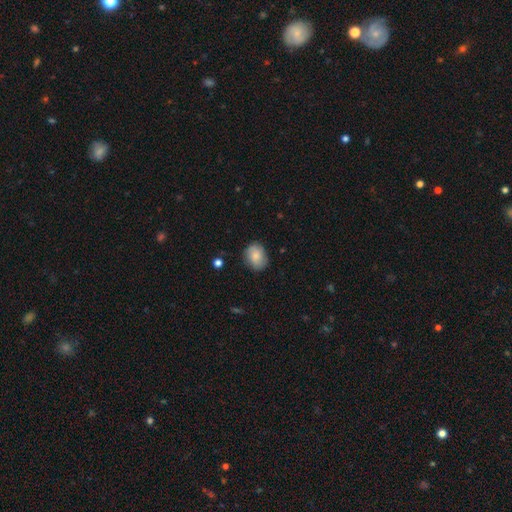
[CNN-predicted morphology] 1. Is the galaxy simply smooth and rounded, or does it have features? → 77% smooth, 16% featured or disk, 7% star or artifact.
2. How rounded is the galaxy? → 51% in between, 48% round, 1% cigar-shaped.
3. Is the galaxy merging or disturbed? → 80% none, 16% minor disturbance, 4% major disturbance, 1% merger.